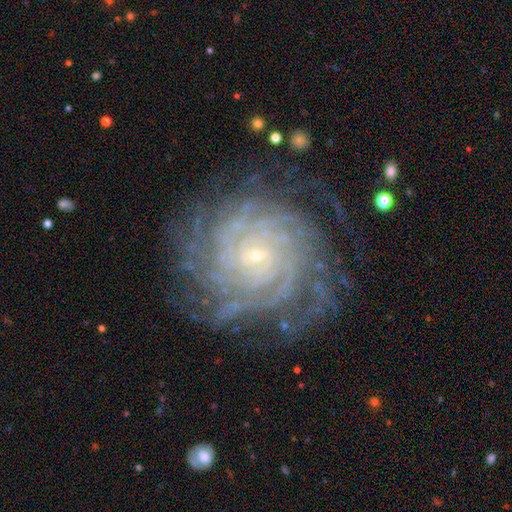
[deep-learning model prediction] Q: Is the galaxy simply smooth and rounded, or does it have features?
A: featured or disk — 89%.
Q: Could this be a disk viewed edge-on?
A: no — 97%.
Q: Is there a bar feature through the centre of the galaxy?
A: no — 69%.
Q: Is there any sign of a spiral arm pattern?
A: yes — 98%.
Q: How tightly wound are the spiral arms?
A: tight — 84%.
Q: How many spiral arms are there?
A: more than 4 — 32%.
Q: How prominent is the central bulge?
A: small — 87%.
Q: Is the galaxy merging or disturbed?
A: none — 78%.